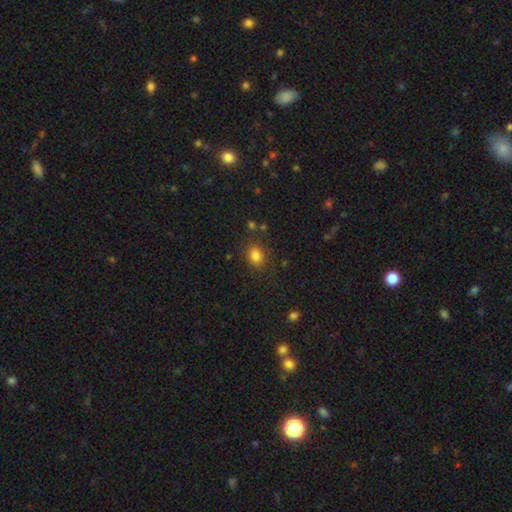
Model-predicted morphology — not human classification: Smooth or featured: smooth — 82% (star or artifact — 12%)
How rounded: in between — 54% (round — 45%)
Merging: none — 78% (minor disturbance — 14%)